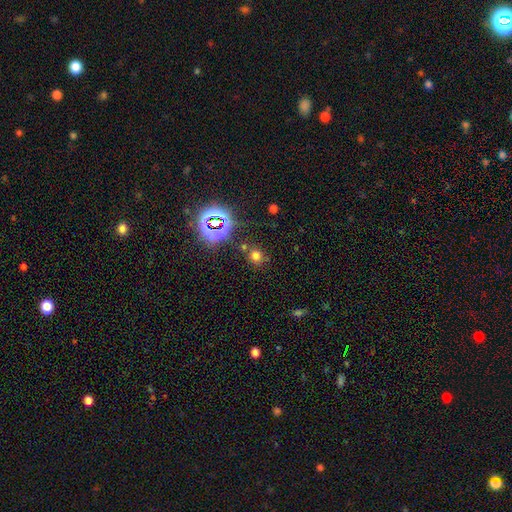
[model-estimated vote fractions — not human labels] Overall: smooth (62%; star or artifact 30%). How rounded: round (76%). Merging: none (73%).